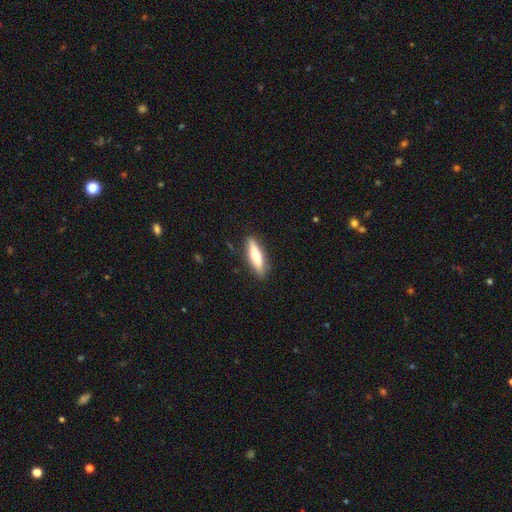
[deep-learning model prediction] The model was most divided on "smooth or featured": smooth: 55%, featured or disk: 40%, star or artifact: 6%. More confident: merging — none (88%); how rounded — cigar-shaped (74%).